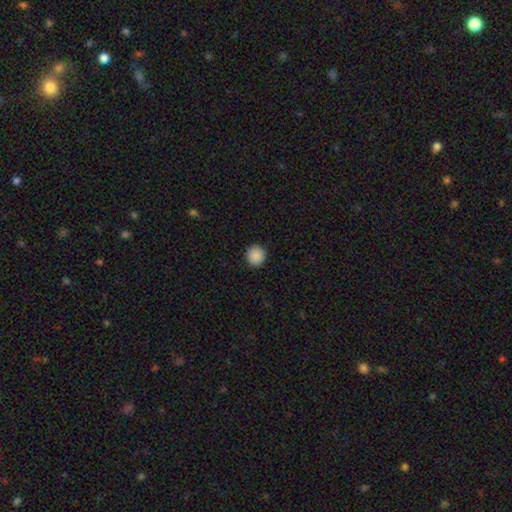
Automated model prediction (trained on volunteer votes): Smooth or featured? smooth (89%)
How rounded? round (93%)
Merging? none (92%)